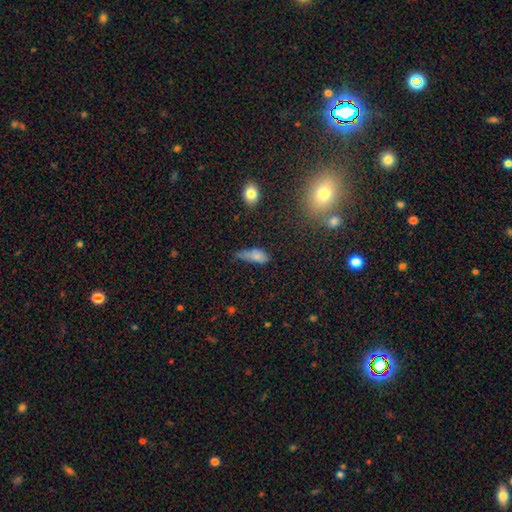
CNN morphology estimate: Smooth or featured? smooth (74%)
How rounded? in between (79%)
Merging? minor disturbance (40%)